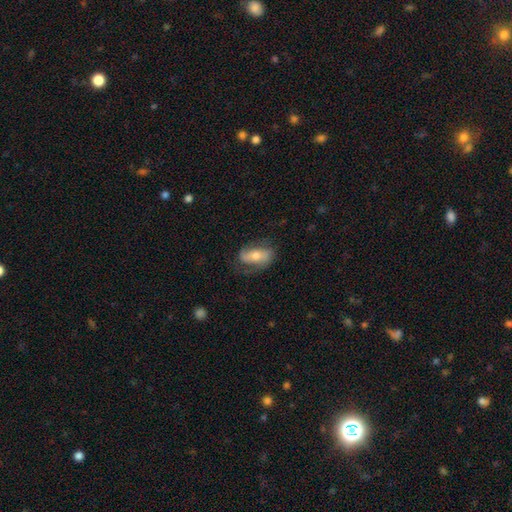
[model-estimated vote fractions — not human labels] Smooth or featured: featured or disk — 55% (smooth — 38%)
Edge-on disk: no — 91% (yes — 9%)
Bar: no — 41% (strong — 30%)
Spiral arms: yes — 82% (no — 18%)
Bulge size: moderate — 59% (small — 31%)
Merging: none — 64% (minor disturbance — 22%)